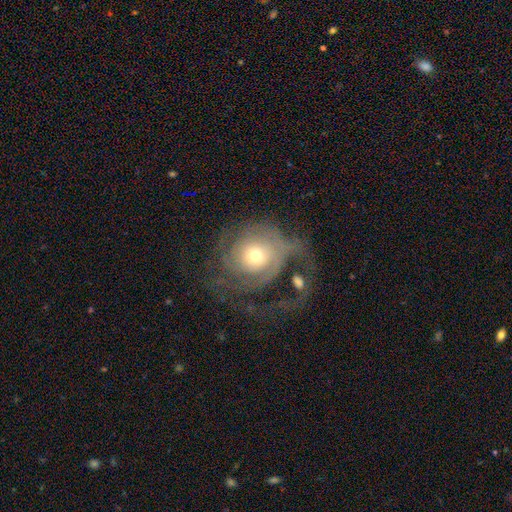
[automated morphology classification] This appears to be a featured or disk galaxy (71%) with no bar (81%), tight (46%) spiral arms (83%) and a moderate central bulge (52%). Merging: major disturbance (44%).